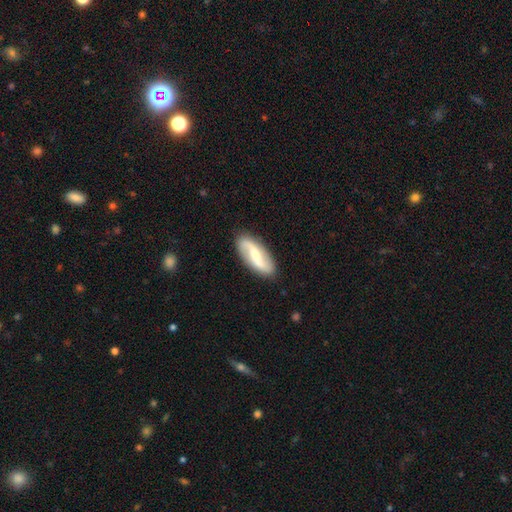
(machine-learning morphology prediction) Q: Smooth or featured?
A: featured or disk (74%); runner-up: smooth (21%)
Q: Edge-on disk?
A: no (94%); runner-up: yes (6%)
Q: Bar?
A: weak (44%); runner-up: strong (31%)
Q: Spiral arms?
A: yes (93%); runner-up: no (7%)
Q: Spiral winding?
A: loose (73%); runner-up: medium (19%)
Q: Spiral arm count?
A: 2 (93%); runner-up: can't tell (3%)
Q: Bulge size?
A: moderate (42%); runner-up: small (40%)
Q: Merging?
A: none (87%); runner-up: minor disturbance (10%)